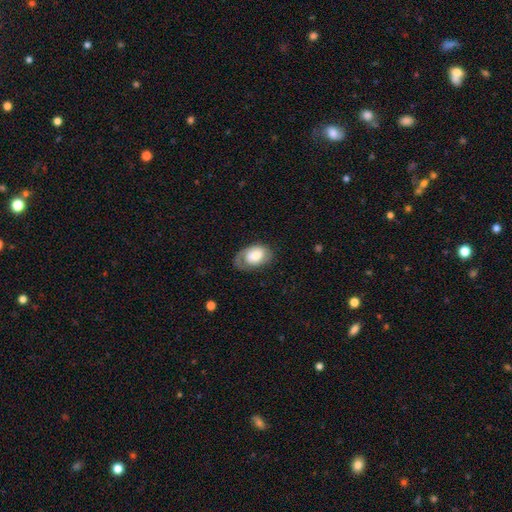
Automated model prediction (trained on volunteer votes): Smooth or featured: smooth — 59% (featured or disk — 34%)
How rounded: in between — 84% (round — 15%)
Merging: none — 49% (minor disturbance — 27%)